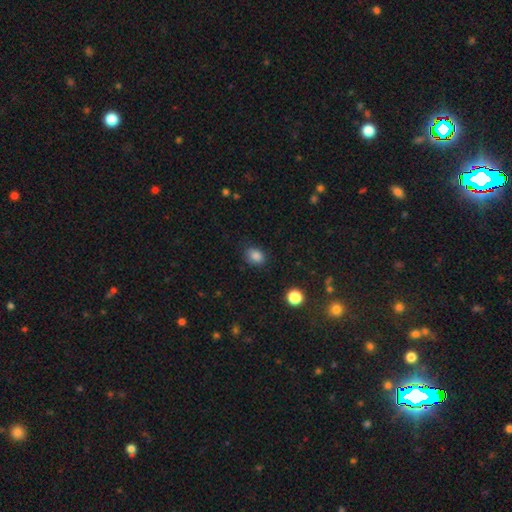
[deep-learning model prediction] Smooth or featured? smooth (85%)
How rounded? in between (57%)
Merging? none (82%)